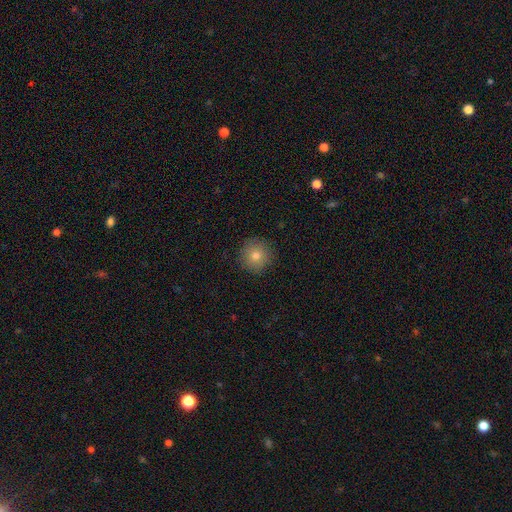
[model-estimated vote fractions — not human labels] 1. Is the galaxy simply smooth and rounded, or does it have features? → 79% smooth, 11% star or artifact, 10% featured or disk.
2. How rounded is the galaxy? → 95% round, 4% in between, 1% cigar-shaped.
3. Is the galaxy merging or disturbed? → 90% none, 7% minor disturbance, 2% major disturbance, 1% merger.